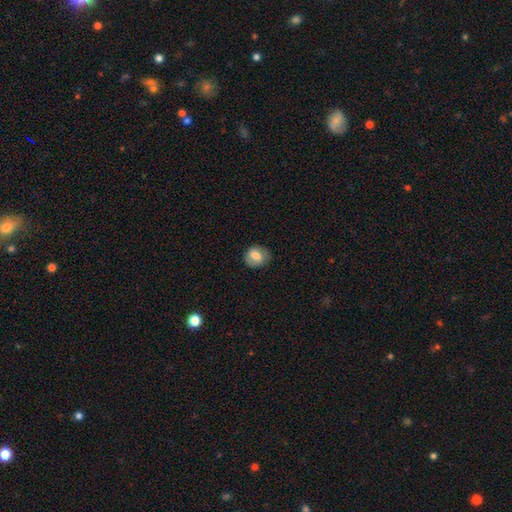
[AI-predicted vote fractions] Morphology: type=smooth (71%); roundness=round (63%); merging=none (76%).